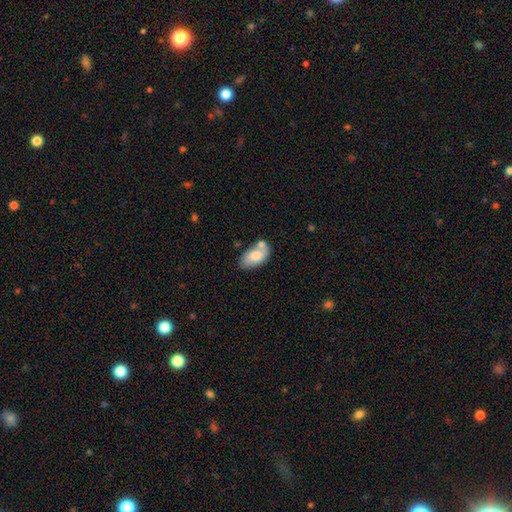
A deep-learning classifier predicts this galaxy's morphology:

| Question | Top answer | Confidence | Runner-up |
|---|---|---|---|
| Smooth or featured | smooth | 73% | featured or disk (21%) |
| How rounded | in between | 94% | round (4%) |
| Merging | none | 50% | merger (24%) |